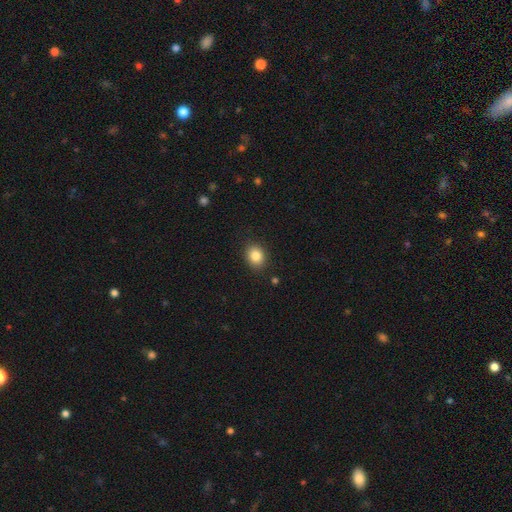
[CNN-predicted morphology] smooth_or_featured: smooth (p=0.85) [alt: star or artifact p=0.10]
how_rounded: round (p=0.60) [alt: in between p=0.40]
merging: none (p=0.88) [alt: minor disturbance p=0.08]